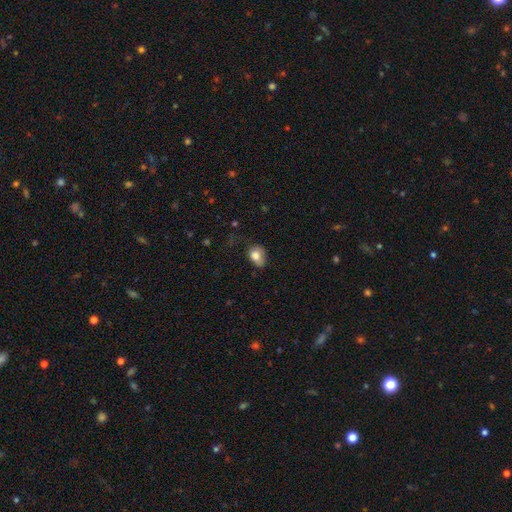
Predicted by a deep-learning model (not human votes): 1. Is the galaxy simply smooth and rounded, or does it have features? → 79% smooth, 12% featured or disk, 9% star or artifact.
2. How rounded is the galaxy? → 64% in between, 35% round, 1% cigar-shaped.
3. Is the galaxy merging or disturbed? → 41% none, 37% minor disturbance, 19% major disturbance, 3% merger.